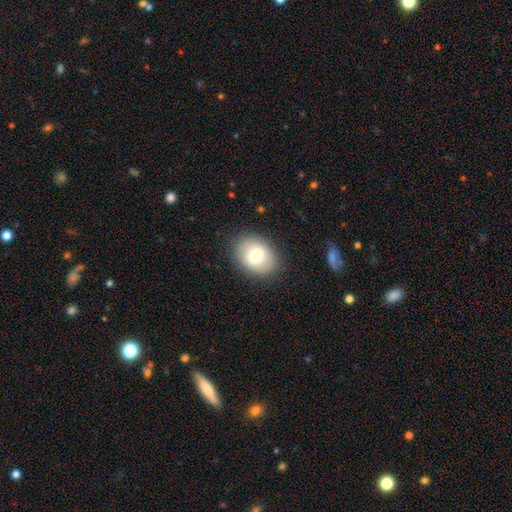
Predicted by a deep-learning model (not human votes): smooth 72%, featured or disk 20%, star or artifact 8%. Down the decision tree: how rounded — in between (63%); merging — none (85%).